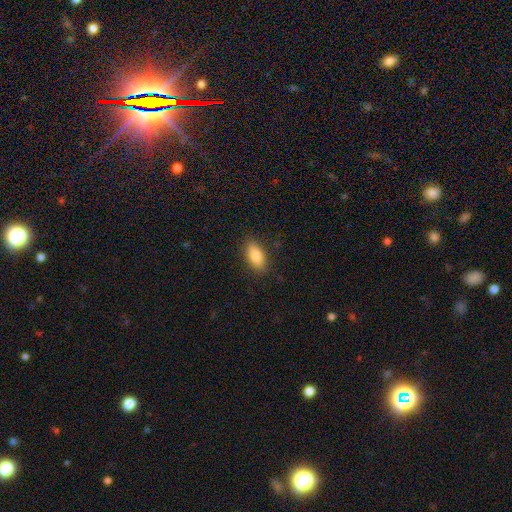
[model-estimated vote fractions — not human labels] Smooth or featured? Predicted: smooth (p=0.84). How rounded? Predicted: in between (p=0.89). Merging? Predicted: none (p=0.86).